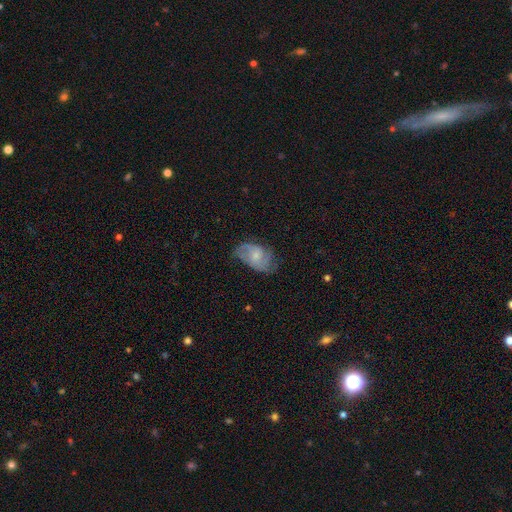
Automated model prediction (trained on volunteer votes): A featured or disk galaxy (62%) with no bar (66%), 2 (51%) medium (46%) spiral arms (87%) and a small central bulge (54%). Merging: none (55%).